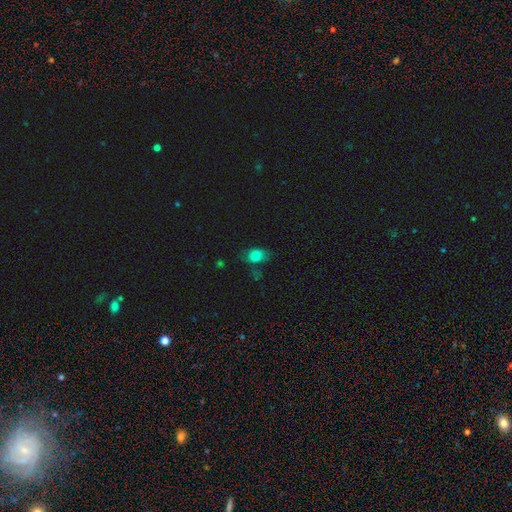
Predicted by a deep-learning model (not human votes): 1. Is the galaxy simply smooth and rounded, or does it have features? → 78% smooth, 13% star or artifact, 9% featured or disk.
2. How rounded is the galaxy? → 73% in between, 25% round, 2% cigar-shaped.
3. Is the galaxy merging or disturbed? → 58% none, 27% minor disturbance, 10% major disturbance, 6% merger.